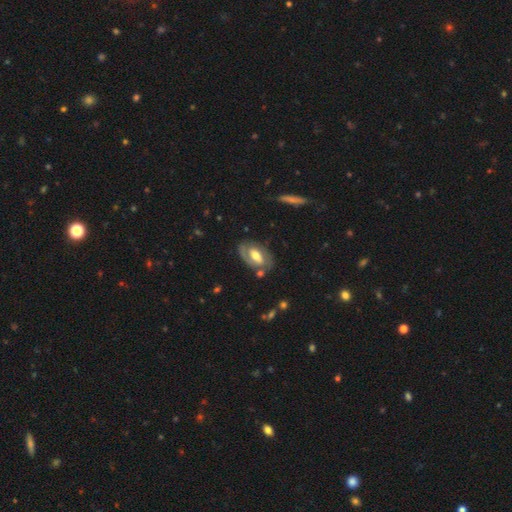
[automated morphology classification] type=featured or disk (68%); edge-on=no (93%); bar=weak (40%); spiral arms=yes (71%); bulge=moderate (61%); merging=none (68%).